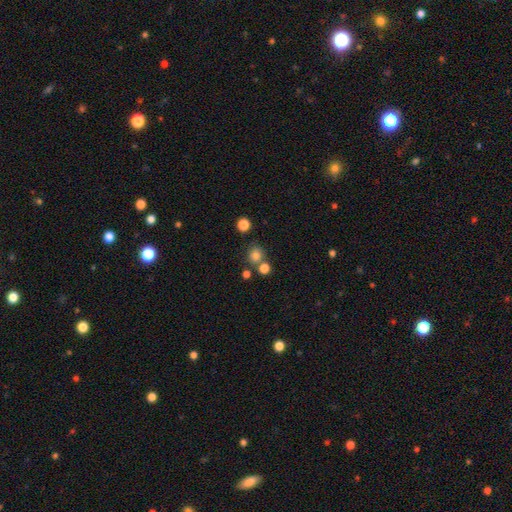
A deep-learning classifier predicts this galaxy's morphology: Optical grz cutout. It shows a smooth galaxy with no disk features (79%) that is round (85%). Merging: none (70%).